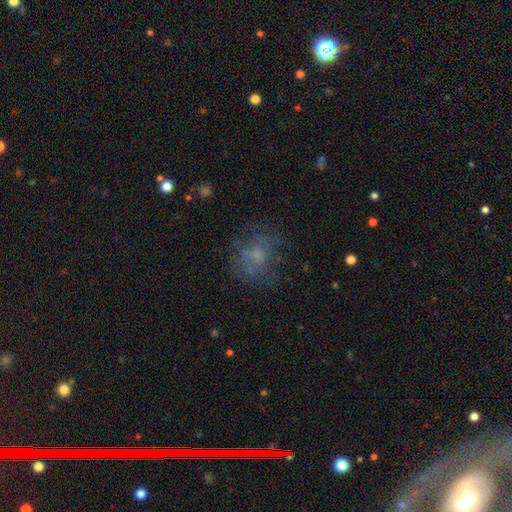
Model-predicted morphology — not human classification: Smooth or featured? Predicted: smooth (p=0.50). How rounded? Predicted: round (p=0.66). Merging? Predicted: none (p=0.62).